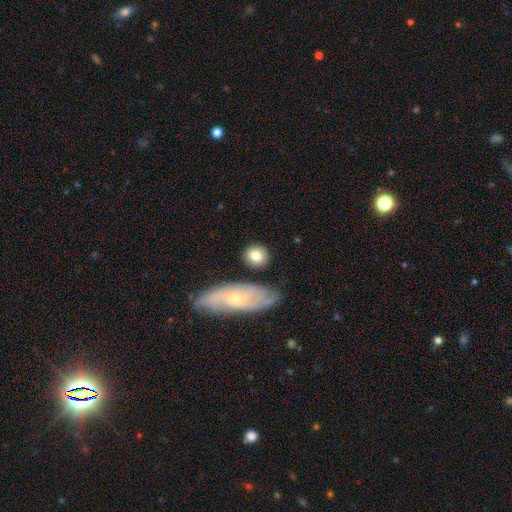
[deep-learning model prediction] smooth 78%, featured or disk 16%, star or artifact 7%. Down the decision tree: how rounded — round (80%); merging — none (78%).